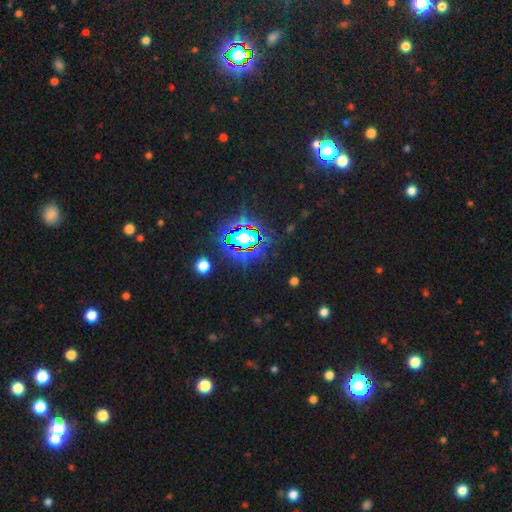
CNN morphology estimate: Smooth or featured: star or artifact — 82% (smooth — 11%)